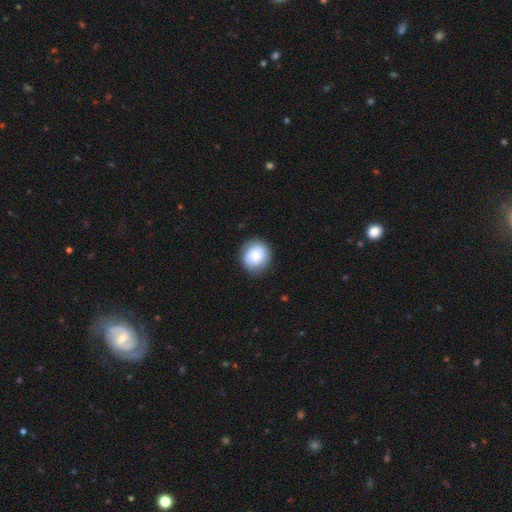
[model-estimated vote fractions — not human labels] Smooth or featured? Predicted: smooth (p=0.80). How rounded? Predicted: round (p=0.80). Merging? Predicted: none (p=0.84).